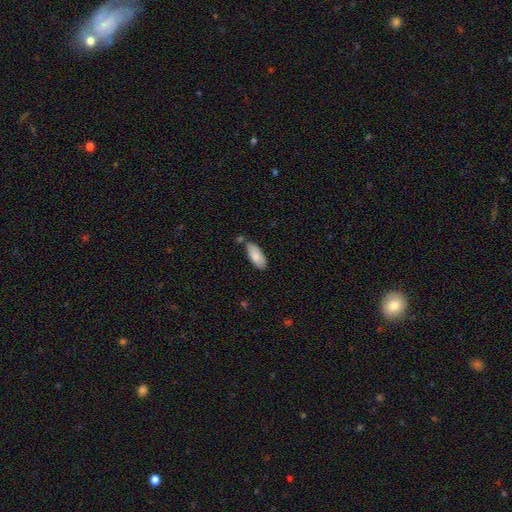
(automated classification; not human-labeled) A smooth galaxy with no disk features (84%) that is in between round and cigar-shaped (85%). Merging: none (66%).